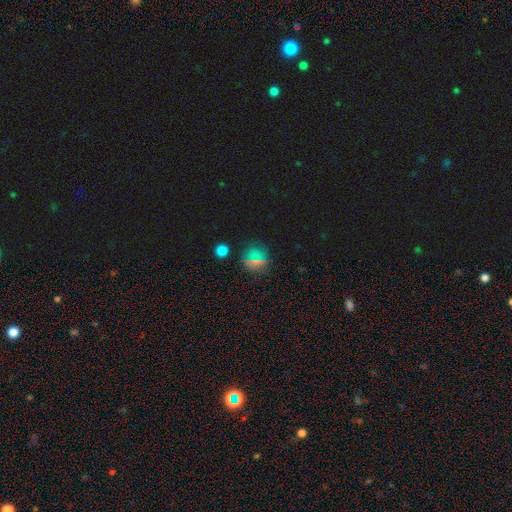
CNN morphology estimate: Q: Smooth or featured?
A: smooth (57%); runner-up: star or artifact (34%)
Q: How rounded?
A: round (87%); runner-up: in between (11%)
Q: Merging?
A: none (82%); runner-up: minor disturbance (10%)